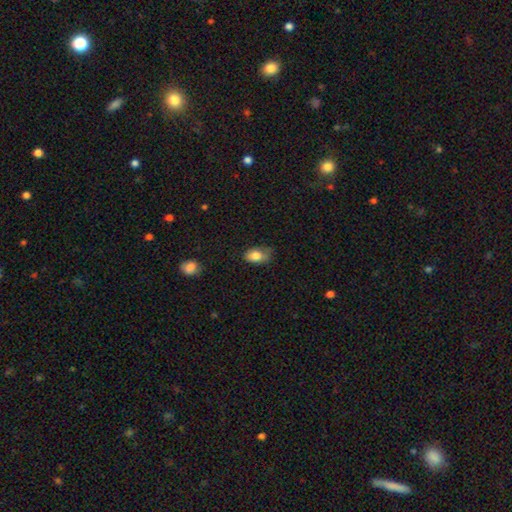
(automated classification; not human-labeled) Smooth or featured: smooth — 80% (featured or disk — 12%)
How rounded: in between — 86% (round — 12%)
Merging: none — 45% (minor disturbance — 39%)